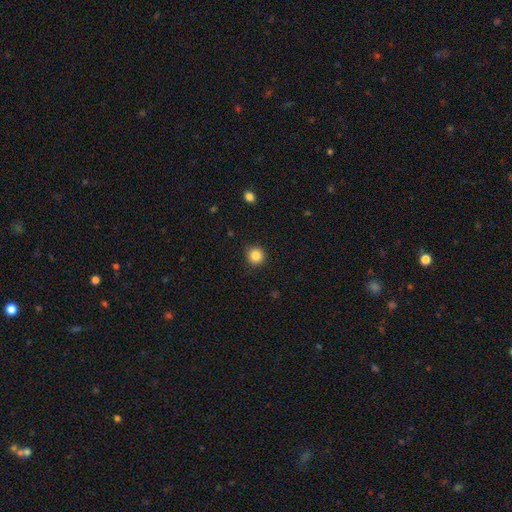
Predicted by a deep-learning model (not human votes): Smooth or featured? smooth (85%)
How rounded? round (94%)
Merging? none (90%)